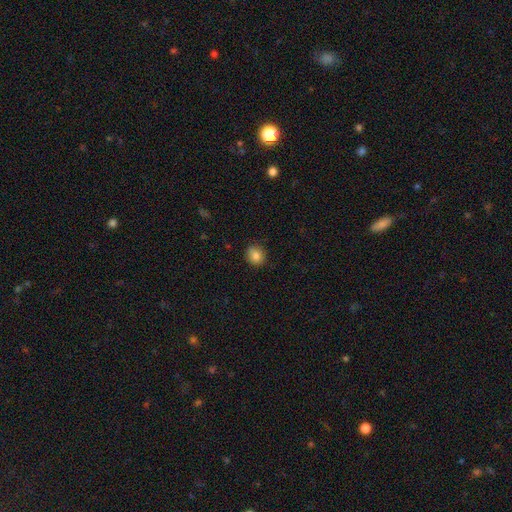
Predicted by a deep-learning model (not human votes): Smooth or featured: smooth — 84% (star or artifact — 10%)
How rounded: round — 83% (in between — 16%)
Merging: none — 86% (minor disturbance — 11%)